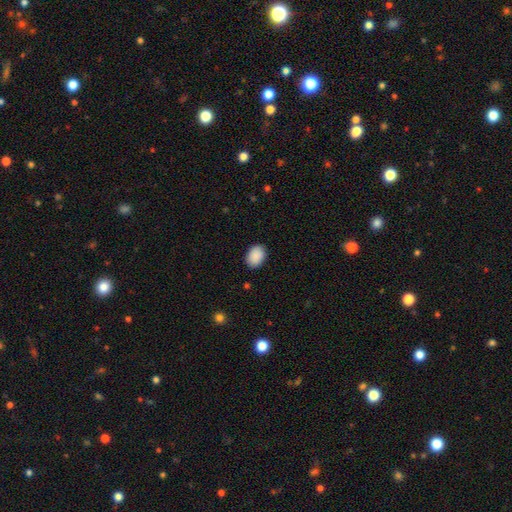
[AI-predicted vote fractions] Morphology: type=smooth (91%); roundness=in between (80%); merging=none (88%).